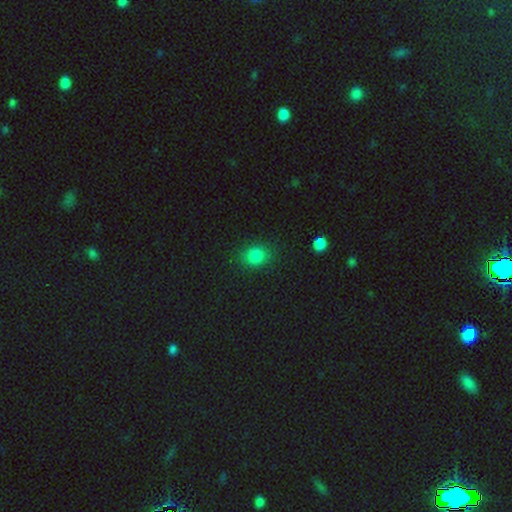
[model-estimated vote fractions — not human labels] Smooth or featured? Predicted: smooth (p=0.83). How rounded? Predicted: round (p=0.58). Merging? Predicted: none (p=0.85).